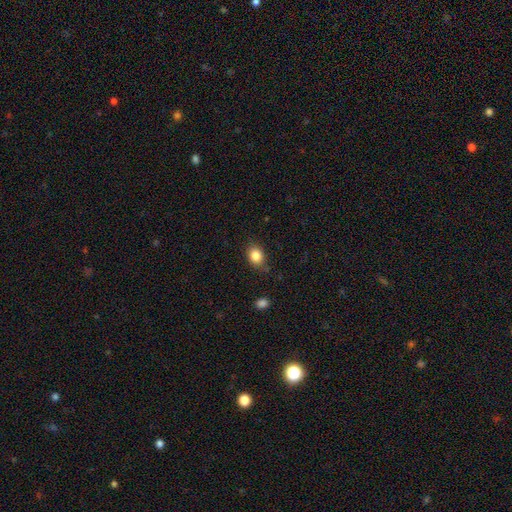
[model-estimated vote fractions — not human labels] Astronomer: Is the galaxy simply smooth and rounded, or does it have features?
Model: smooth — 85%.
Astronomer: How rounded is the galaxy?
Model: in between — 56% (runner-up: round, 42%).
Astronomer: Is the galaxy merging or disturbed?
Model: none — 80%.